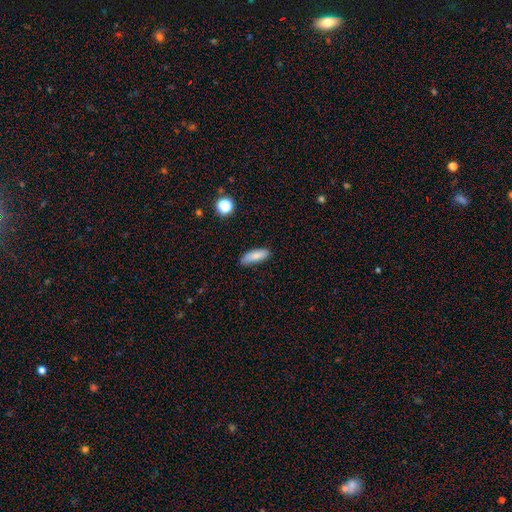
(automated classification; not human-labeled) This appears to be a smooth galaxy with no disk features (81%) that is in between round and cigar-shaped (62%). Merging: none (80%).